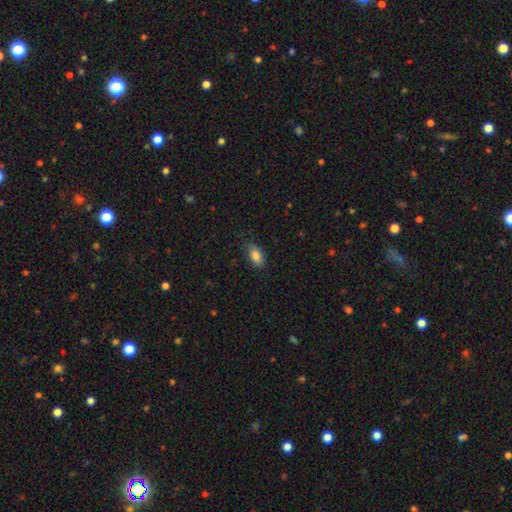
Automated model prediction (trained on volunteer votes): The model was most divided on "merging": none: 82%, minor disturbance: 14%, major disturbance: 3%, merger: 1%. More confident: how rounded — in between (89%); smooth or featured — smooth (86%).